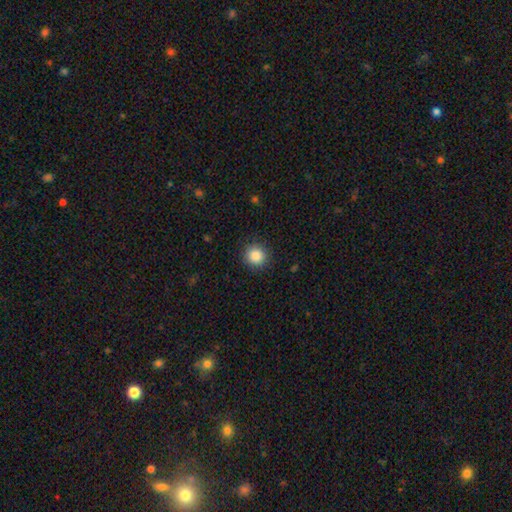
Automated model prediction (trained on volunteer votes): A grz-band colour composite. It shows a smooth galaxy with no disk features (87%) that is round (92%). Merging: none (90%).